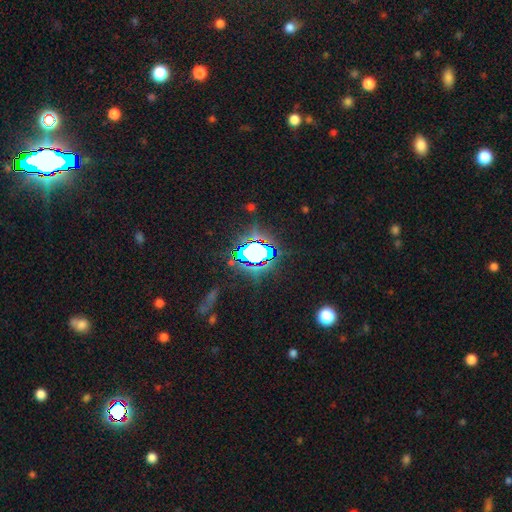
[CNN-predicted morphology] Overall: star or artifact (82%).